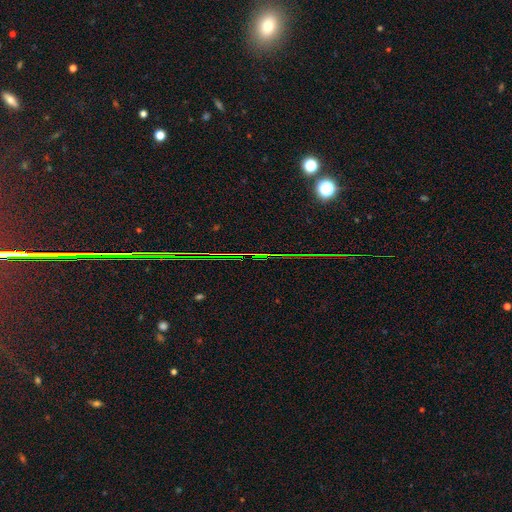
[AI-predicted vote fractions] Smooth or featured: star or artifact — 81% (featured or disk — 10%)